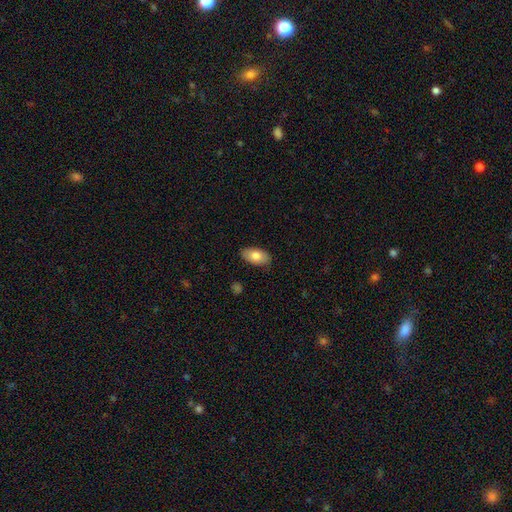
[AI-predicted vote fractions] This appears to be a smooth galaxy with no disk features (79%) that is in between round and cigar-shaped (94%). Merging: none (85%).